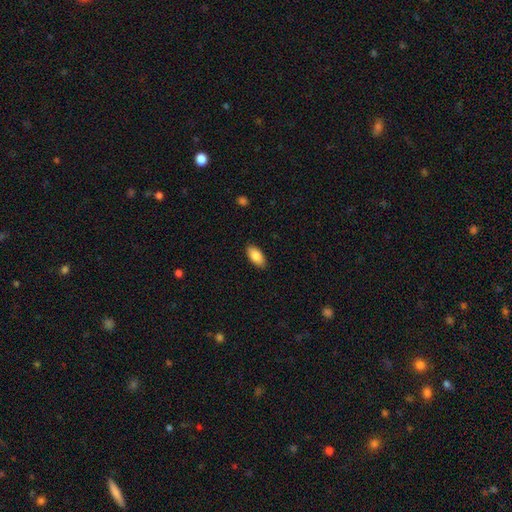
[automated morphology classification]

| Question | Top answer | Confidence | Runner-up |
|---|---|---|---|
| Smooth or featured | smooth | 86% | featured or disk (8%) |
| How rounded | in between | 92% | cigar-shaped (6%) |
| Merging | none | 88% | minor disturbance (9%) |